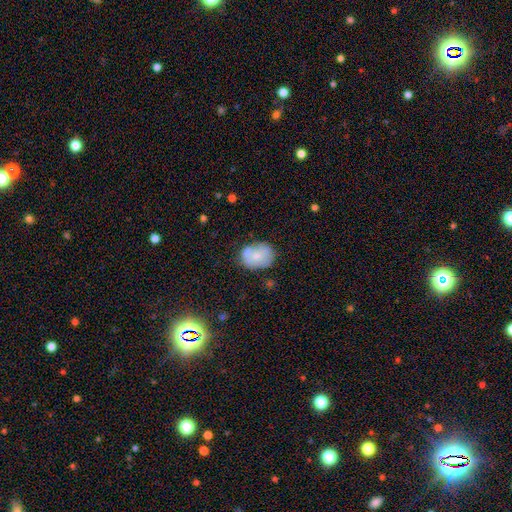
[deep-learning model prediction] Morphology: type=smooth (67%); roundness=in between (61%); merging=none (57%).